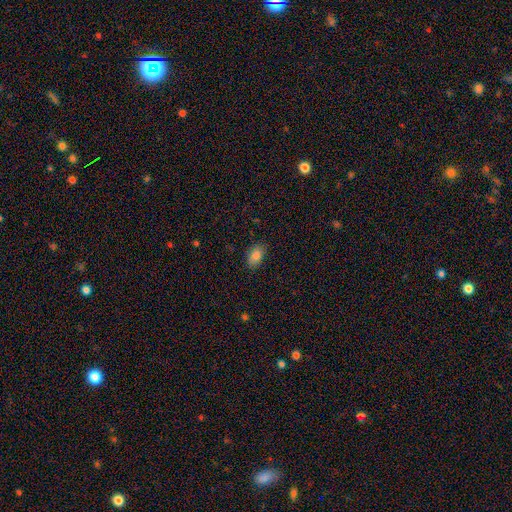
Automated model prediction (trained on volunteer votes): The model was most divided on "merging": none: 83%, minor disturbance: 13%, major disturbance: 3%, merger: 1%. More confident: how rounded — in between (86%); smooth or featured — smooth (83%).